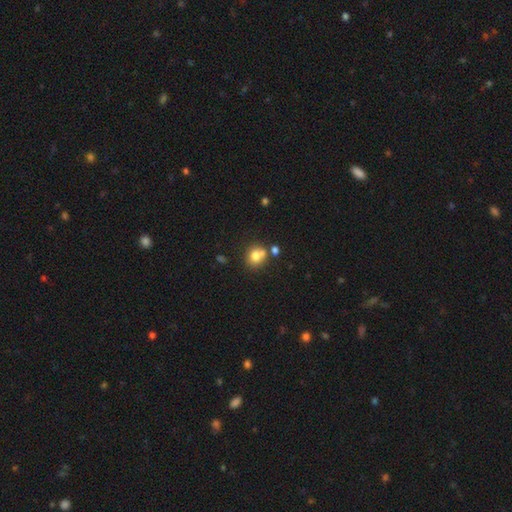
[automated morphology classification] smooth 77%, featured or disk 11%, star or artifact 11%. Down the decision tree: how rounded — round (74%); merging — none (55%).